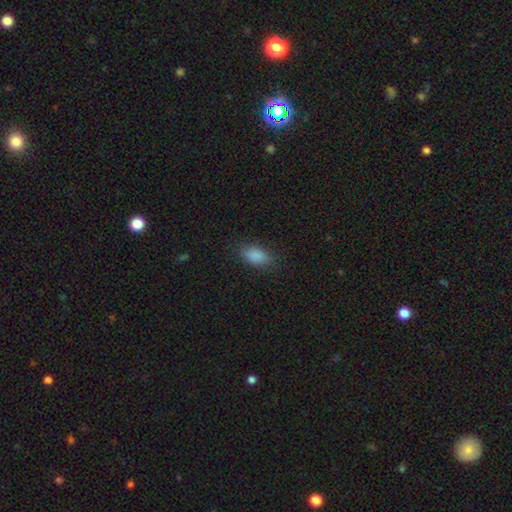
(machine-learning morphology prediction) Smooth or featured? Predicted: smooth (p=0.87). How rounded? Predicted: in between (p=0.90). Merging? Predicted: none (p=0.82).